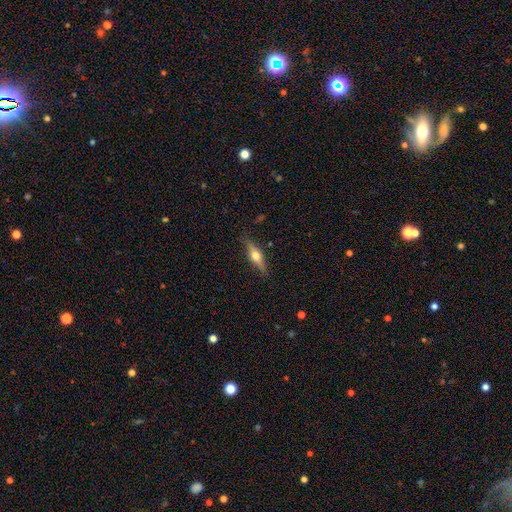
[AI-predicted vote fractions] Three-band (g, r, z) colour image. It shows a featured or disk galaxy (55%) viewed edge-on (93%) with a rounded central bulge (94%). Merging: none (84%).